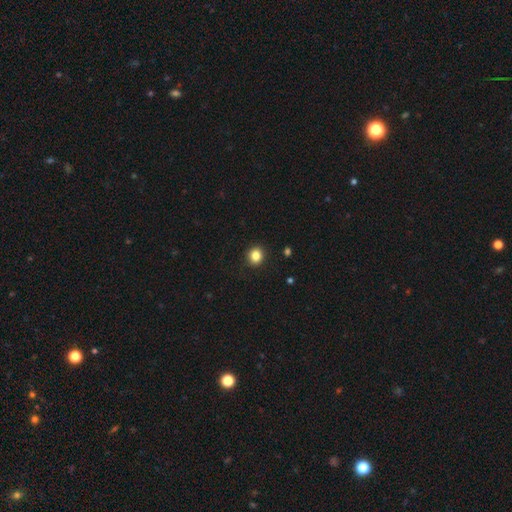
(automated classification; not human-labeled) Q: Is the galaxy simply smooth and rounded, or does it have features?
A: smooth — 84%.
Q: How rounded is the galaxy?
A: round — 82%.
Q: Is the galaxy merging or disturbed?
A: none — 90%.